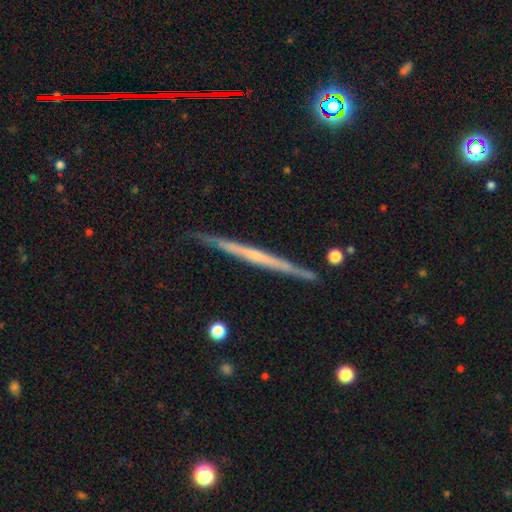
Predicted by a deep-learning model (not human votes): featured or disk 68%, smooth 26%, star or artifact 6%. Down the decision tree: edge-on disk — yes (98%); edge-on bulge — none (78%); merging — none (88%).